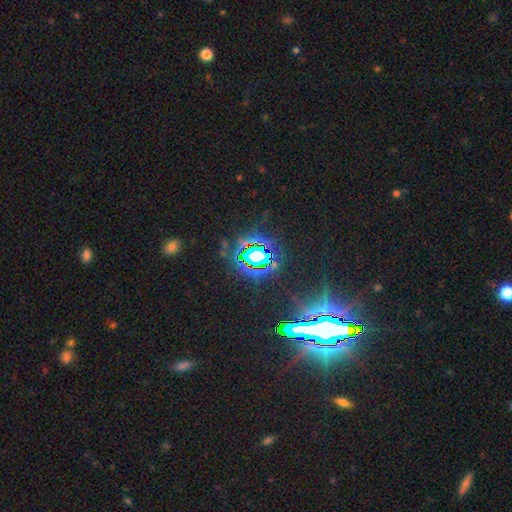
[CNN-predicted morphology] Smooth or featured? star or artifact (79%)